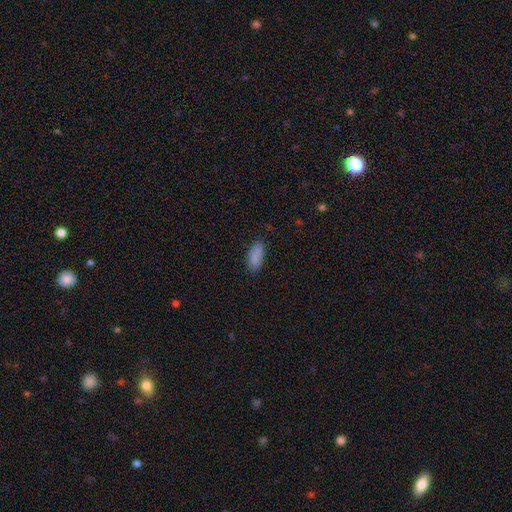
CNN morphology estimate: The model was most divided on "how rounded": in between: 81%, cigar-shaped: 17%, round: 2%. More confident: smooth or featured — smooth (87%); merging — none (81%).